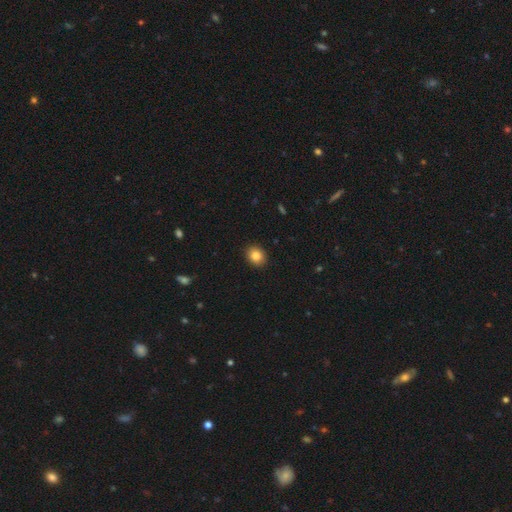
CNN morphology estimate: A smooth galaxy with no disk features (84%) that is round (66%). Merging: none (91%).